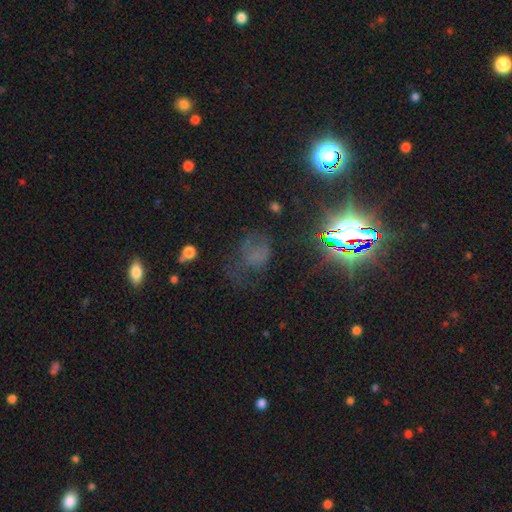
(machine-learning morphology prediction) Q: Smooth or featured?
A: star or artifact (46%); runner-up: smooth (35%)